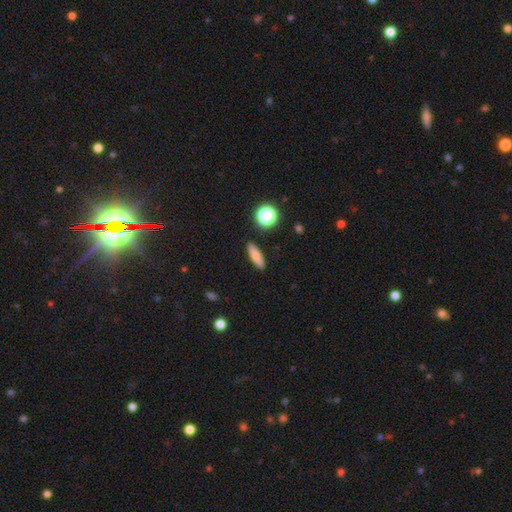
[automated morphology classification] The model was most divided on "how rounded": cigar-shaped: 61%, in between: 33%, round: 6%. More confident: merging — none (89%); smooth or featured — smooth (75%).